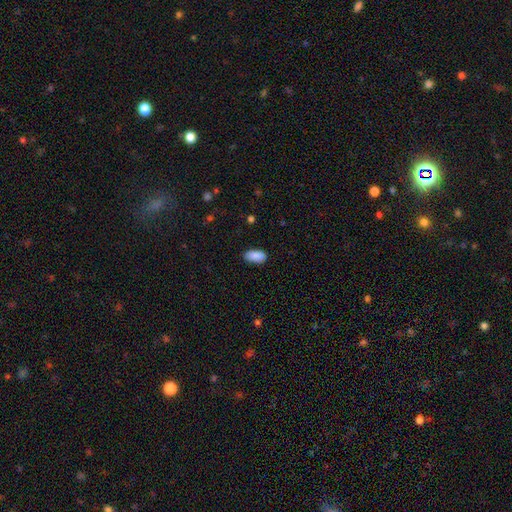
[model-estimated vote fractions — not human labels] smooth 89%, star or artifact 7%, featured or disk 5%. Down the decision tree: how rounded — in between (93%); merging — none (84%).